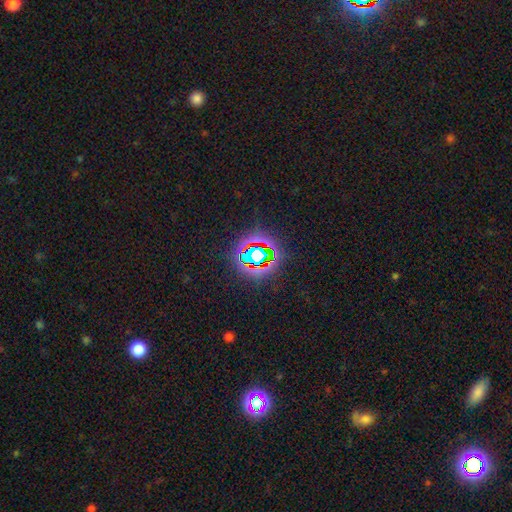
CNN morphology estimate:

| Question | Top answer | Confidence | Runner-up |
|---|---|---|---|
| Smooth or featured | star or artifact | 80% | smooth (12%) |